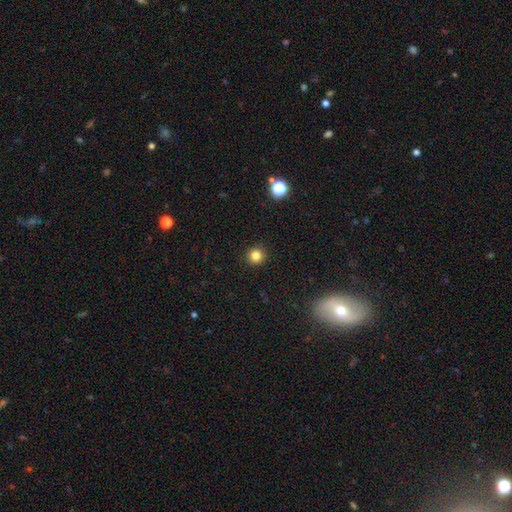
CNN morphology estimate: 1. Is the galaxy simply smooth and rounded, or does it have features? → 82% smooth, 13% star or artifact, 5% featured or disk.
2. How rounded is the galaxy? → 94% round, 5% in between, 1% cigar-shaped.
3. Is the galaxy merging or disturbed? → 92% none, 5% minor disturbance, 2% major disturbance, 1% merger.